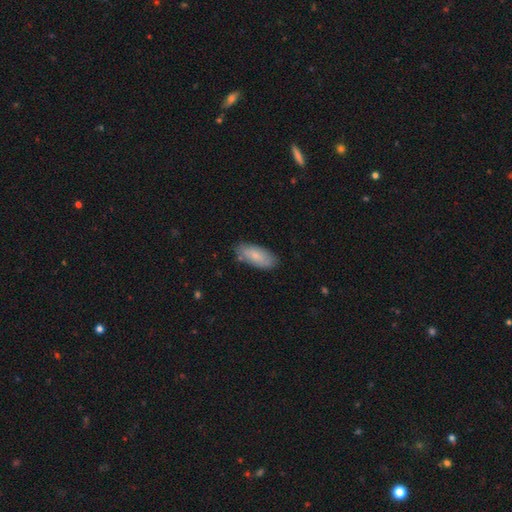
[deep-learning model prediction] Smooth or featured? Predicted: smooth (p=0.76). How rounded? Predicted: in between (p=0.81). Merging? Predicted: none (p=0.81).